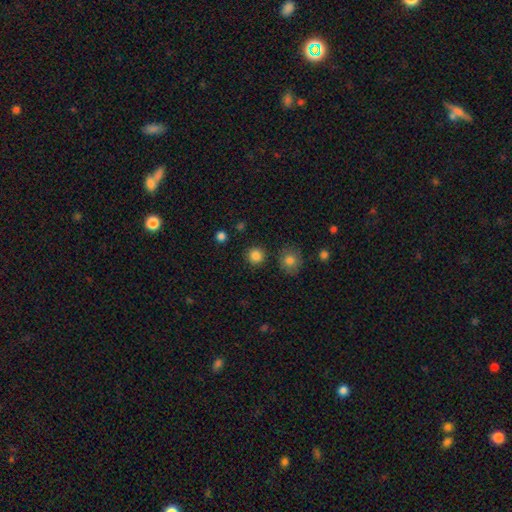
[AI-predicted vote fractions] Morphology: type=smooth (85%); roundness=round (94%); merging=none (90%).